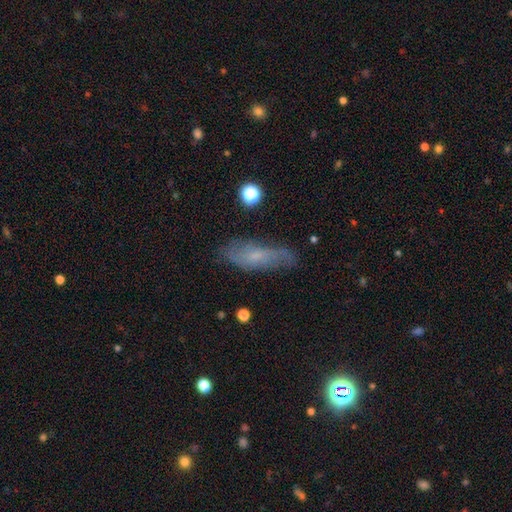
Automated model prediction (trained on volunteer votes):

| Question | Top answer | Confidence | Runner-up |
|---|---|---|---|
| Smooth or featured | smooth | 48% | featured or disk (43%) |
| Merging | none | 70% | minor disturbance (22%) |